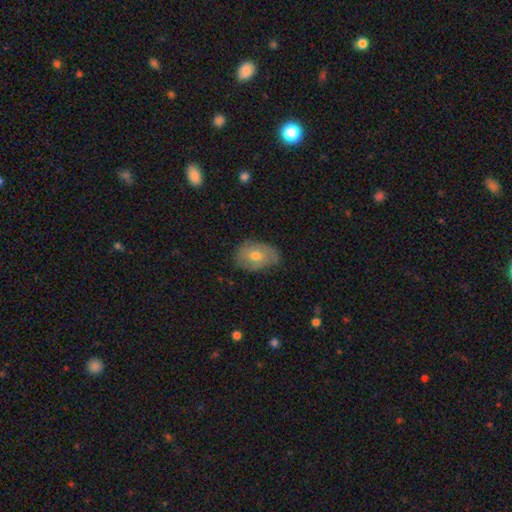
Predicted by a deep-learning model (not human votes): Q: Smooth or featured?
A: smooth (53%); runner-up: featured or disk (39%)
Q: How rounded?
A: in between (81%); runner-up: round (18%)
Q: Merging?
A: none (71%); runner-up: minor disturbance (24%)